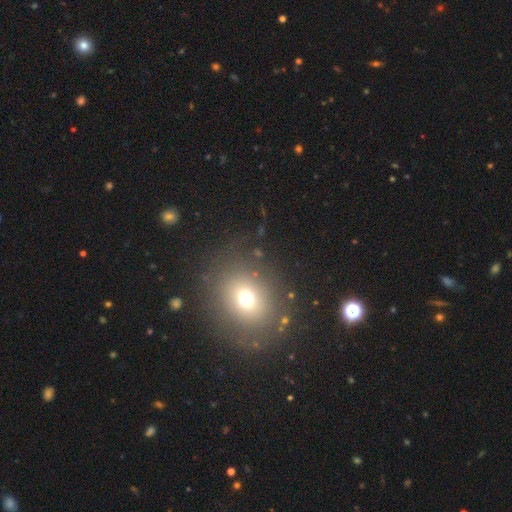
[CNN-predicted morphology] smooth 59%, star or artifact 23%, featured or disk 18%. Down the decision tree: how rounded — round (64%); merging — none (84%).